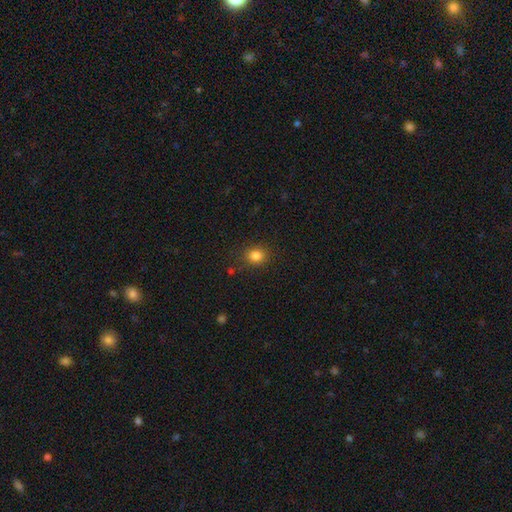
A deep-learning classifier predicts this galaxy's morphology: Q: Smooth or featured?
A: smooth (83%); runner-up: star or artifact (12%)
Q: How rounded?
A: round (71%); runner-up: in between (28%)
Q: Merging?
A: none (85%); runner-up: minor disturbance (10%)